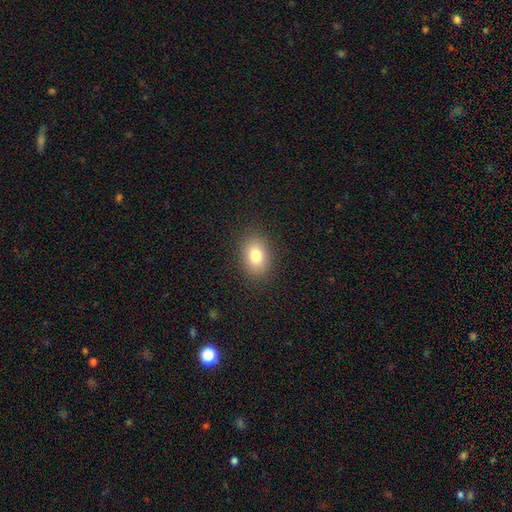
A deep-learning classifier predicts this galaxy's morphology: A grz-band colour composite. It shows a smooth galaxy with no disk features (81%) that is in between round and cigar-shaped (74%). Merging: none (88%).